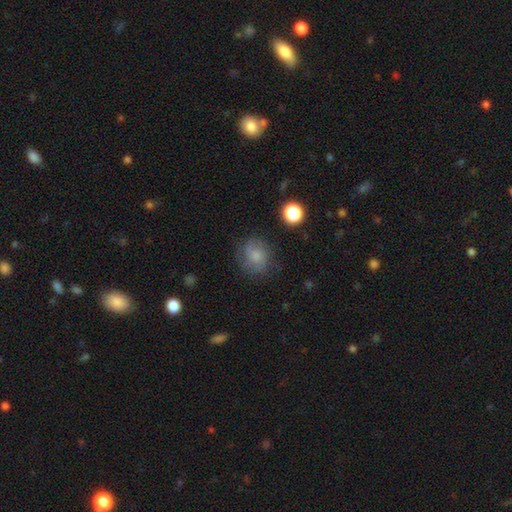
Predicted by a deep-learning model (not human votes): Smooth or featured?
  - smooth: 63% *
  - featured or disk: 25%
  - star or artifact: 12%
How rounded?
  - round: 71% *
  - in between: 28%
  - cigar-shaped: 1%
Merging?
  - none: 66% *
  - minor disturbance: 21%
  - major disturbance: 11%
  - merger: 2%